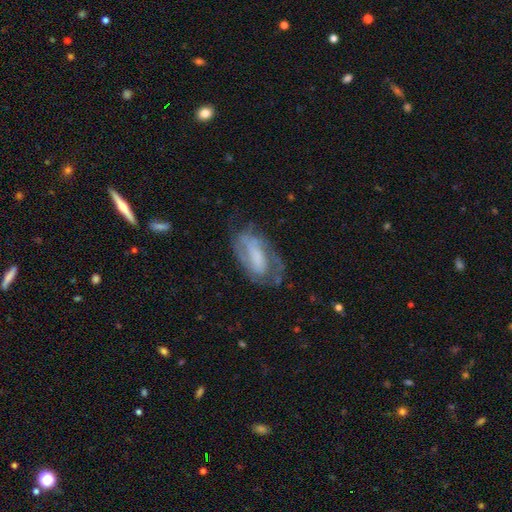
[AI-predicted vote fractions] Smooth or featured?
  - featured or disk: 65% *
  - smooth: 27%
  - star or artifact: 8%
Edge-on disk?
  - no: 93% *
  - yes: 7%
Bar?
  - no: 38% *
  - weak: 37%
  - strong: 25%
Spiral arms?
  - yes: 74% *
  - no: 26%
Bulge size?
  - none: 34% *
  - moderate: 23%
  - small: 22%
  - large: 18%
  - dominant: 3%
Merging?
  - none: 55% *
  - minor disturbance: 24%
  - major disturbance: 18%
  - merger: 2%